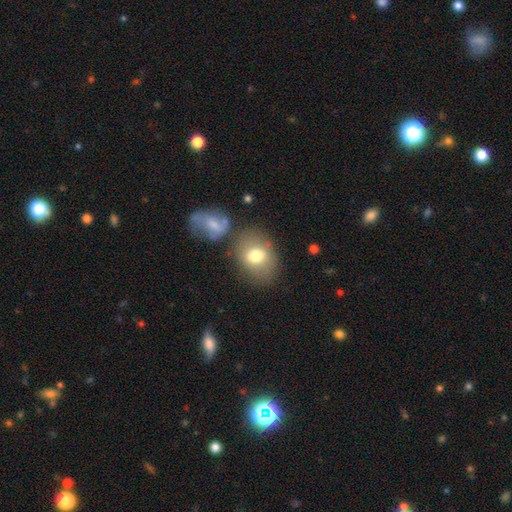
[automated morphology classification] This appears to be a smooth galaxy with no disk features (72%) that is in between round and cigar-shaped (60%). Merging: none (65%).